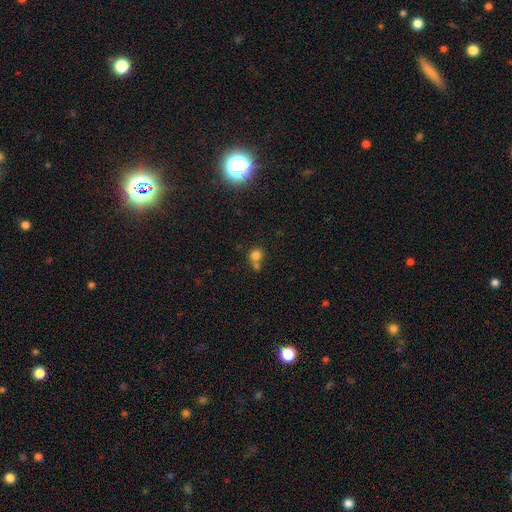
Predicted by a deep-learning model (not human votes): Morphology: type=smooth (77%); roundness=round (81%); merging=merger (44%).